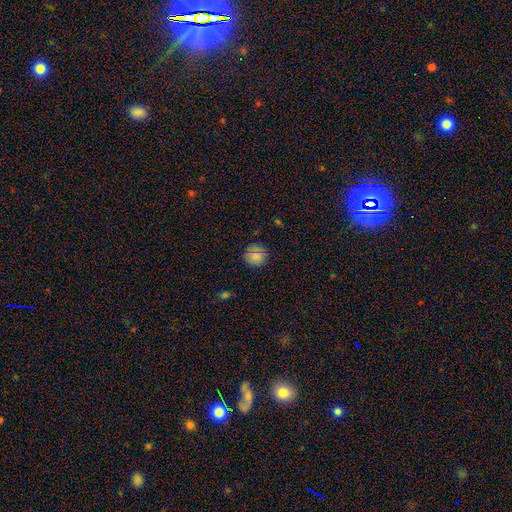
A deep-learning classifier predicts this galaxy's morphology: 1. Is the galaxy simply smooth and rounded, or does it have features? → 84% smooth, 10% star or artifact, 5% featured or disk.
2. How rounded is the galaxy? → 92% round, 7% in between, 1% cigar-shaped.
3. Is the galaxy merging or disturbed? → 85% none, 11% minor disturbance, 3% major disturbance, 1% merger.